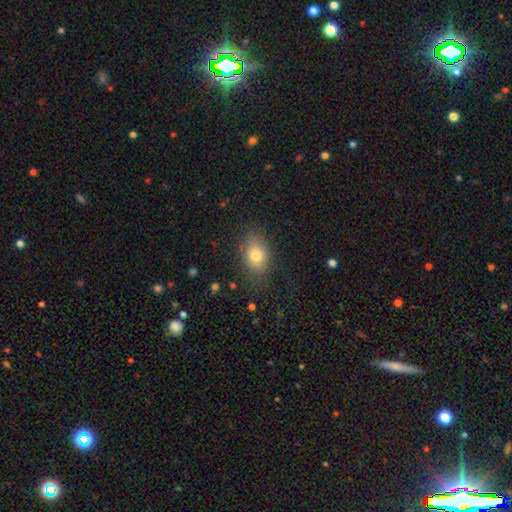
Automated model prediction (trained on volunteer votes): Smooth or featured: smooth — 76% (featured or disk — 14%)
How rounded: in between — 76% (round — 22%)
Merging: none — 77% (minor disturbance — 15%)